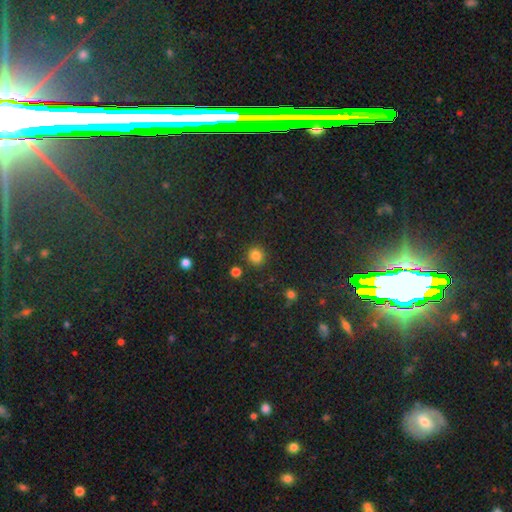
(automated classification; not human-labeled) This appears to be a smooth galaxy with no disk features (82%) that is round (91%). Merging: none (87%).